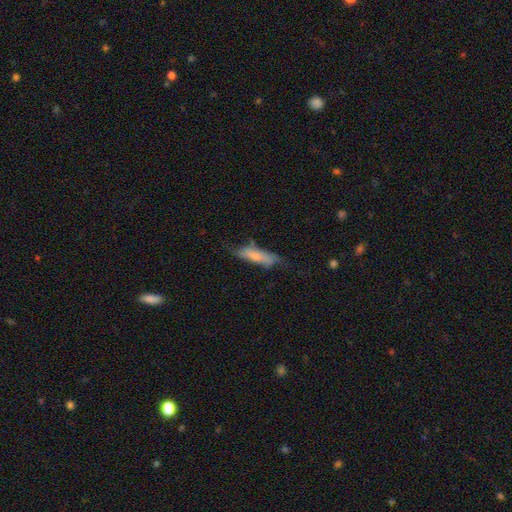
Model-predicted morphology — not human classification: type=smooth (62%); roundness=cigar-shaped (62%); merging=none (53%).